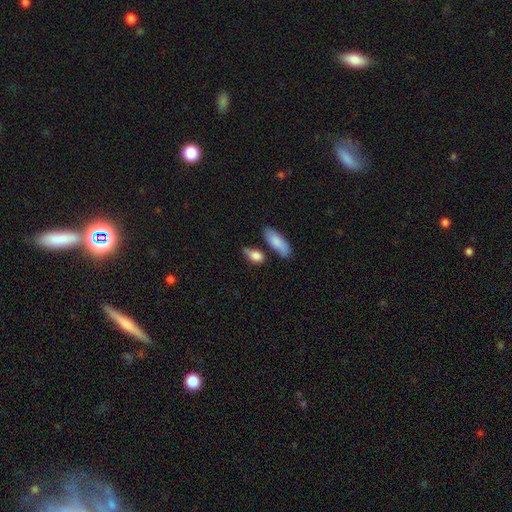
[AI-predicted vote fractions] Morphology: type=smooth (82%); roundness=in between (76%); merging=none (55%).